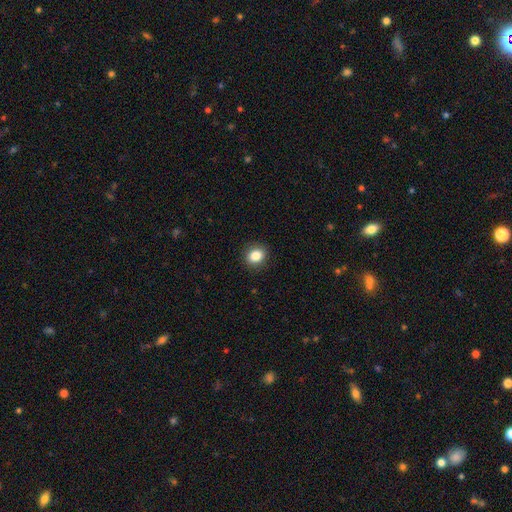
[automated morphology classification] This is clearly a smooth galaxy (85%). How rounded: possibly round (58%). Merging: clearly none (89%).